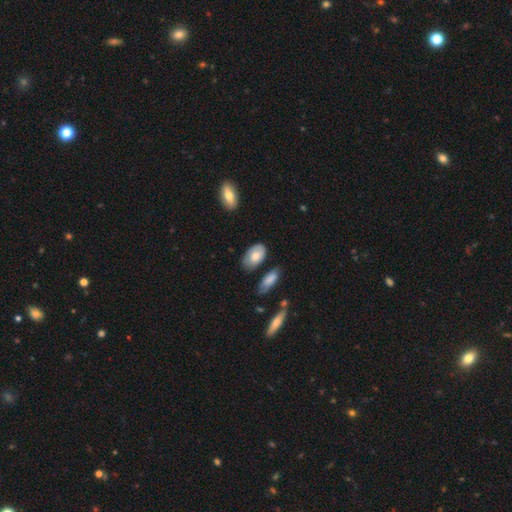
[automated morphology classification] smooth-or-featured: smooth: 71% | featured or disk: 23% | star or artifact: 6%
  how-rounded: in between: 92% | round: 5% | cigar-shaped: 2%
  merging: none: 67% | minor disturbance: 23% | major disturbance: 6% | merger: 5%